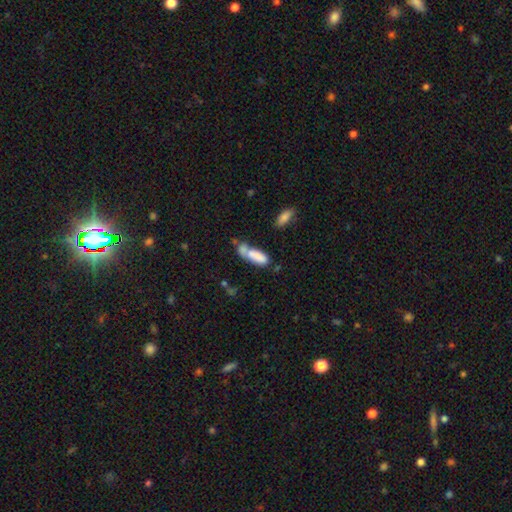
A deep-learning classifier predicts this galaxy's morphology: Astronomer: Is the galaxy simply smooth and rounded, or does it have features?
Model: smooth — 77%.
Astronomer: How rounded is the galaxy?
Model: in between — 60% (runner-up: cigar-shaped, 38%).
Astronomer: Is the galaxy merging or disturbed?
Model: merger — 46% (runner-up: none, 29%).